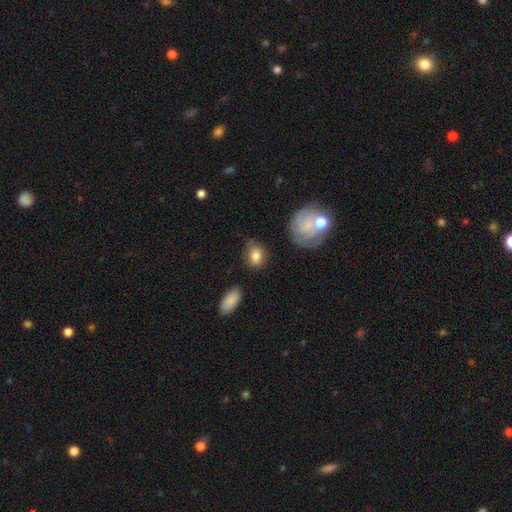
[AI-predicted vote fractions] Q: Smooth or featured?
A: smooth (82%); runner-up: featured or disk (10%)
Q: How rounded?
A: in between (64%); runner-up: round (34%)
Q: Merging?
A: none (62%); runner-up: minor disturbance (27%)